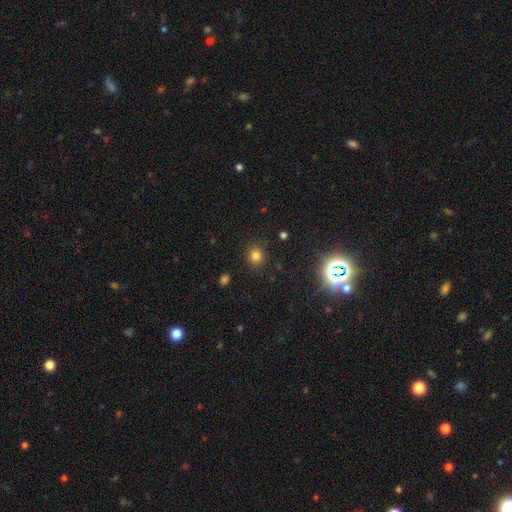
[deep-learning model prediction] A smooth galaxy with no disk features (79%) that is round (84%). Merging: none (87%).